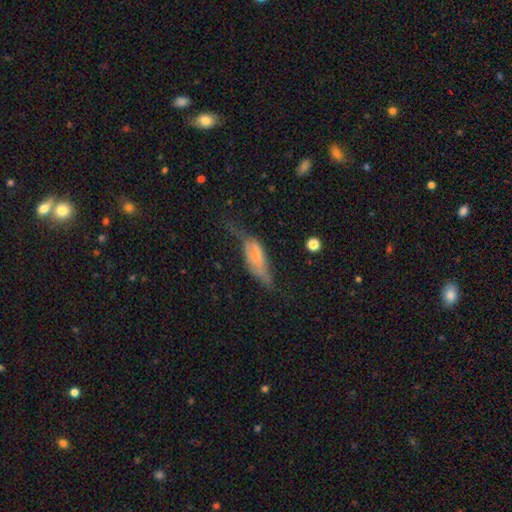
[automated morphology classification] Smooth or featured? smooth (52%)
How rounded? in between (72%)
Merging? major disturbance (39%)